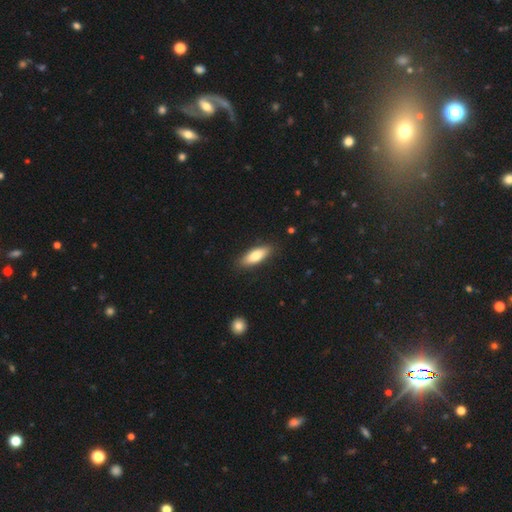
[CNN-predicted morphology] type=smooth (77%); roundness=in between (64%); merging=none (87%).